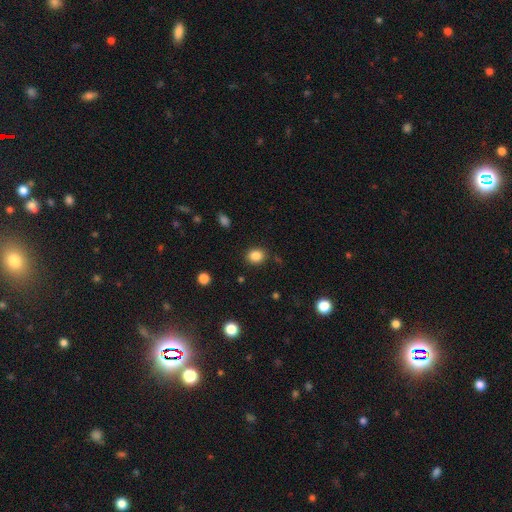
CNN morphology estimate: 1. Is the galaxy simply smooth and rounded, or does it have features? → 86% smooth, 10% star or artifact, 4% featured or disk.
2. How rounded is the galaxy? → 65% round, 34% in between, 1% cigar-shaped.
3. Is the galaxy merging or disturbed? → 85% none, 10% minor disturbance, 3% major disturbance, 2% merger.